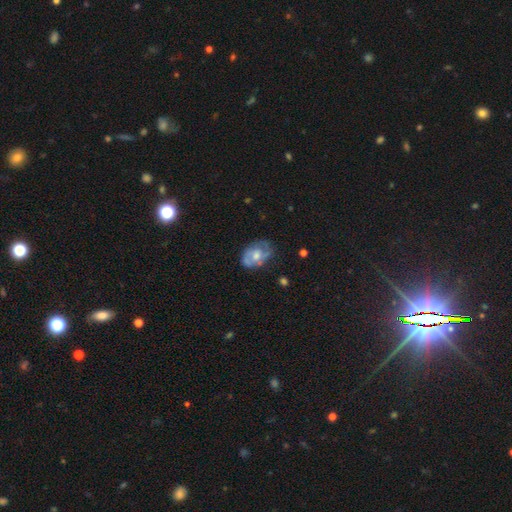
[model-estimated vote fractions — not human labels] smooth-or-featured: featured or disk: 54% | smooth: 38% | star or artifact: 7%
  disk-edge-on: no: 95% | yes: 5%
    bar: no: 69% | weak: 26% | strong: 5%
    has-spiral-arms: yes: 57% | no: 43%
    bulge-size: moderate: 60% | small: 23% | large: 10% | none: 5% | dominant: 1%
  merging: none: 57% | minor disturbance: 28% | major disturbance: 12% | merger: 3%